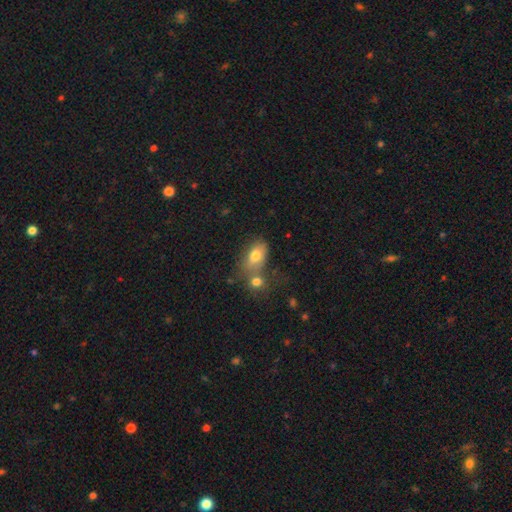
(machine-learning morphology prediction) A smooth galaxy with no disk features (75%) that is in between round and cigar-shaped (85%). Merging: none (39%).